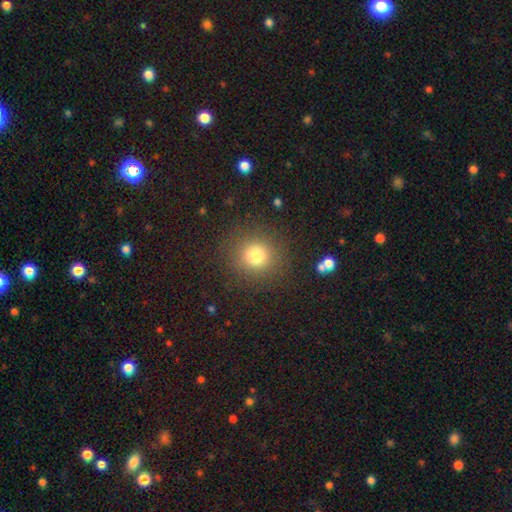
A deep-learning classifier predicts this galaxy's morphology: smooth-or-featured: smooth: 77% | star or artifact: 15% | featured or disk: 8%
  how-rounded: round: 91% | in between: 8% | cigar-shaped: 1%
  merging: none: 88% | minor disturbance: 7% | major disturbance: 4% | merger: 1%